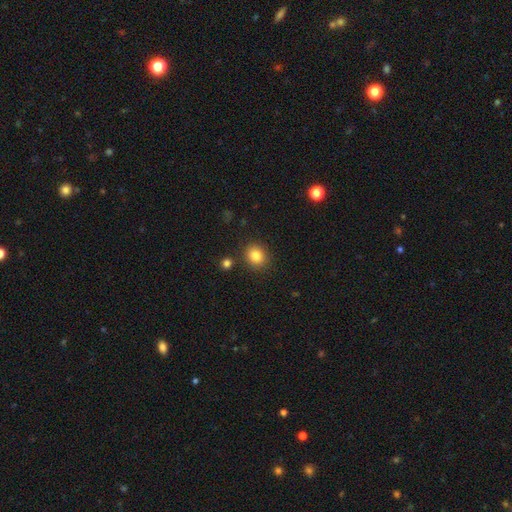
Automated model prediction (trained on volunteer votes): This is clearly a smooth galaxy (83%). How rounded: likely round (76%). Merging: clearly none (87%).